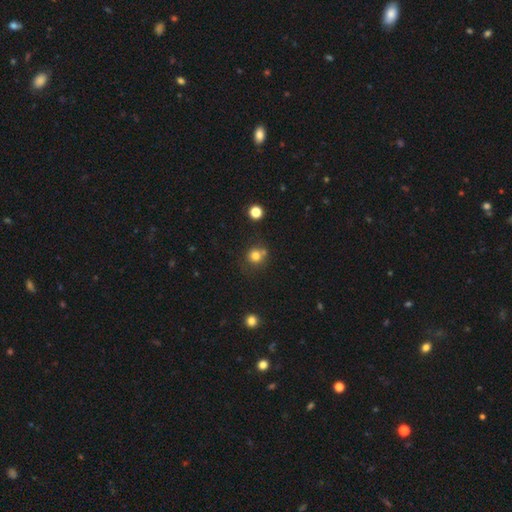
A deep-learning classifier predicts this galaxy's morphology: The model was most divided on "merging": none: 62%, merger: 20%, minor disturbance: 13%, major disturbance: 5%. More confident: how rounded — round (88%); smooth or featured — smooth (78%).